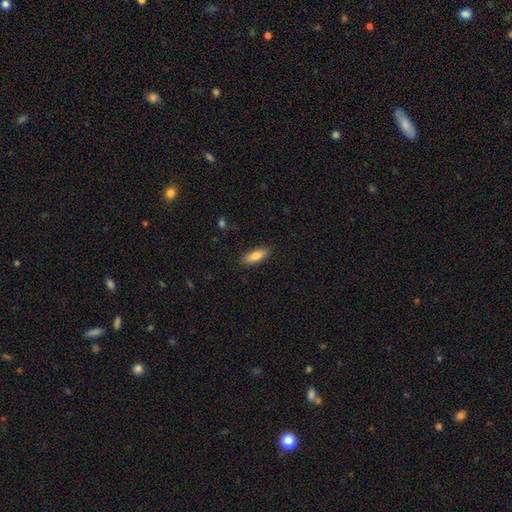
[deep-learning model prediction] Smooth or featured?
  - smooth: 79% *
  - featured or disk: 15%
  - star or artifact: 6%
How rounded?
  - in between: 71% *
  - cigar-shaped: 27%
  - round: 2%
Merging?
  - none: 88% *
  - minor disturbance: 9%
  - major disturbance: 2%
  - merger: 1%